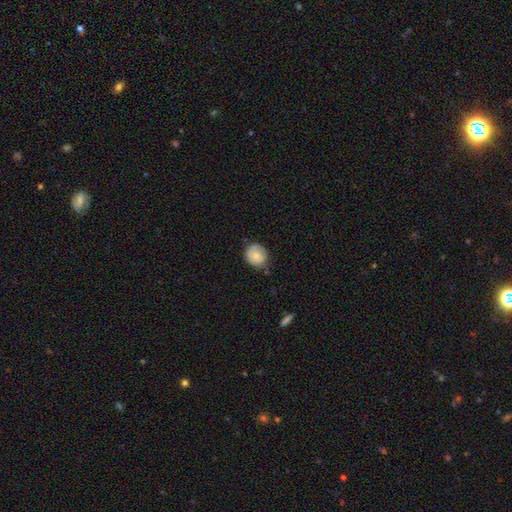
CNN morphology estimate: Smooth or featured? Predicted: smooth (p=0.73). How rounded? Predicted: round (p=0.80). Merging? Predicted: none (p=0.70).